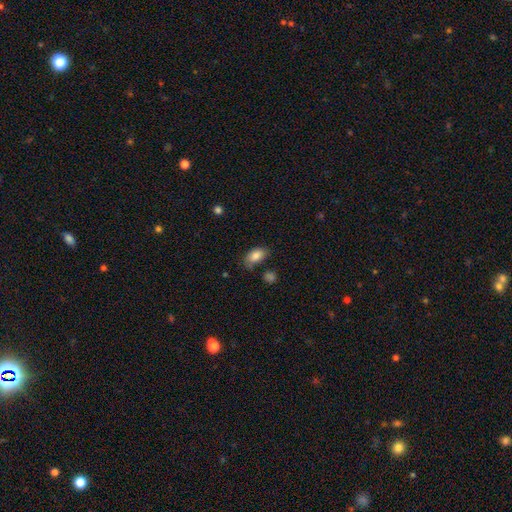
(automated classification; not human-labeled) smooth_or_featured: smooth (p=0.84) [alt: featured or disk p=0.08]
how_rounded: in between (p=0.91) [alt: round p=0.07]
merging: none (p=0.67) [alt: minor disturbance p=0.22]